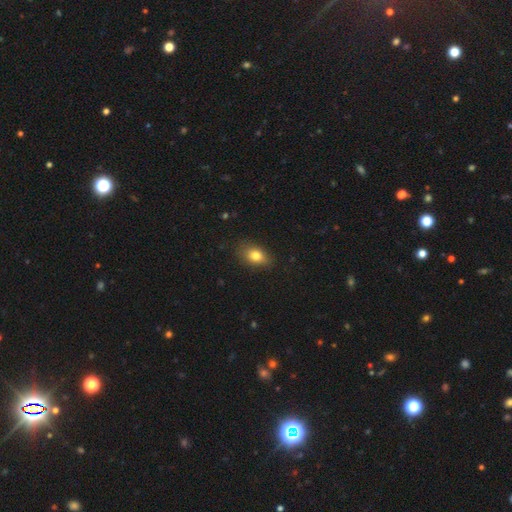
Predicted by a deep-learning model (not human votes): Q: Smooth or featured?
A: smooth (80%); runner-up: featured or disk (10%)
Q: How rounded?
A: in between (77%); runner-up: round (21%)
Q: Merging?
A: none (81%); runner-up: minor disturbance (15%)